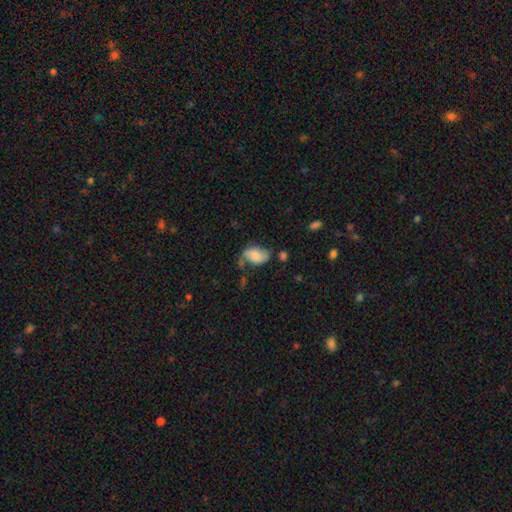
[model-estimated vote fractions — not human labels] smooth 70%, featured or disk 22%, star or artifact 8%. Down the decision tree: how rounded — in between (89%); merging — none (50%).